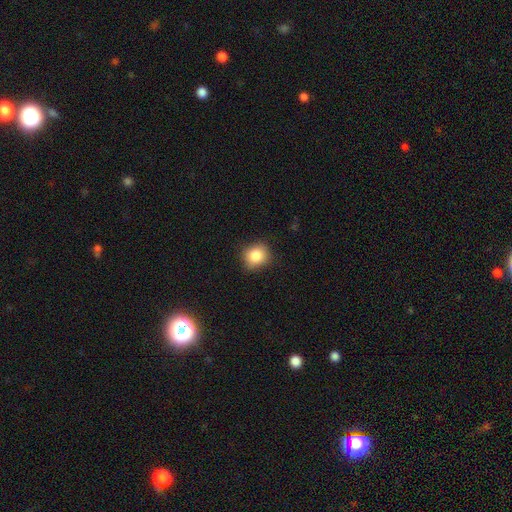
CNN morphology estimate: A smooth galaxy with no disk features (85%) that is round (78%). Merging: none (84%).